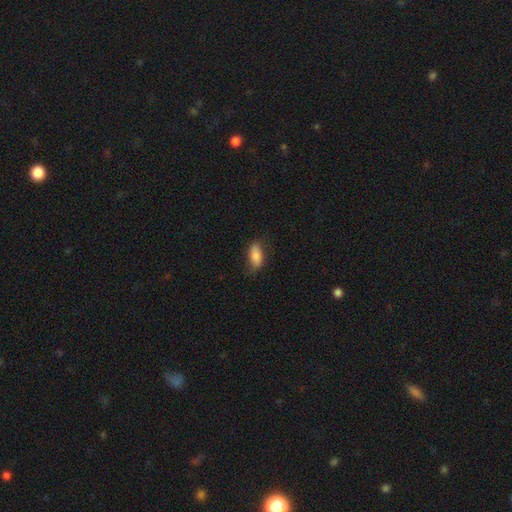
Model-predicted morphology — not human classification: Smooth or featured?
  - smooth: 83% *
  - featured or disk: 10%
  - star or artifact: 7%
How rounded?
  - in between: 87% *
  - cigar-shaped: 9%
  - round: 4%
Merging?
  - none: 71% *
  - minor disturbance: 22%
  - major disturbance: 6%
  - merger: 1%